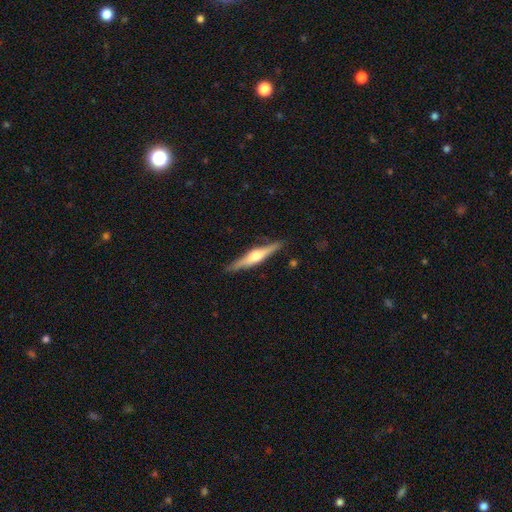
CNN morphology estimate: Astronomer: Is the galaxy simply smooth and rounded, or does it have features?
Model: featured or disk — 68%.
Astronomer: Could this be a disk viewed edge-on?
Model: yes — 97%.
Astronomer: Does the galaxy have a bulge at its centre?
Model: rounded — 91%.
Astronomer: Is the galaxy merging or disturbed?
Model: none — 87%.